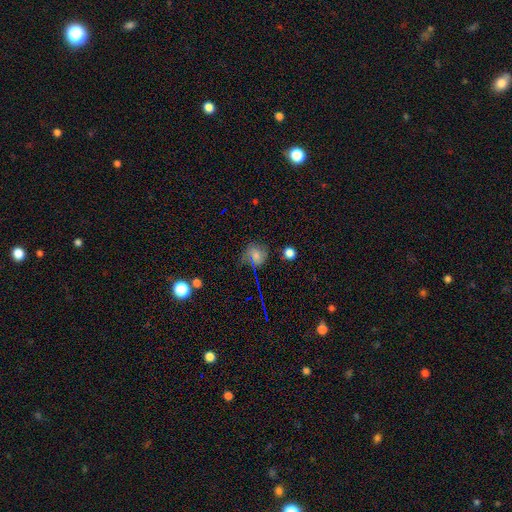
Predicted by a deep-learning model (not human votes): Overall: smooth (60%; featured or disk 20%). How rounded: round (72%). Merging: none (59%; minor disturbance 24%).